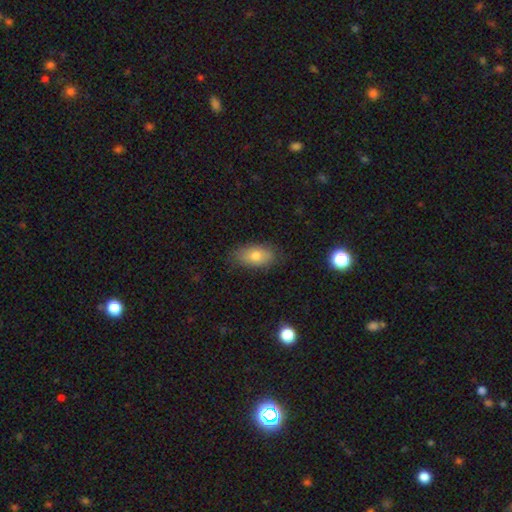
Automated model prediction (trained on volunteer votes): smooth_or_featured: smooth (p=0.76) [alt: featured or disk p=0.15]
how_rounded: in between (p=0.89) [alt: round p=0.06]
merging: none (p=0.81) [alt: minor disturbance p=0.15]